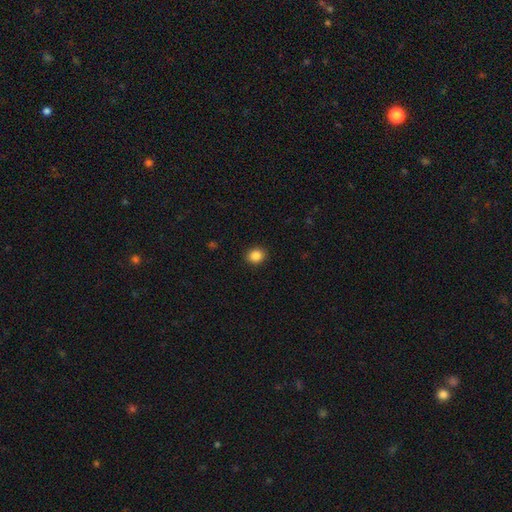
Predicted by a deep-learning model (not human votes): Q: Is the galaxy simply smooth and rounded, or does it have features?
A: smooth — 86%.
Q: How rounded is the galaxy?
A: round — 69%.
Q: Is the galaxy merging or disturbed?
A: none — 91%.